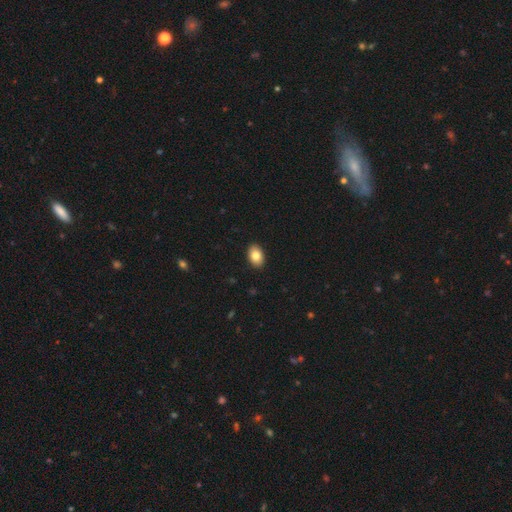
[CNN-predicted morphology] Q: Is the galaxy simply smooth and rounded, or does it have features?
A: smooth — 84%.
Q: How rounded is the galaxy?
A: in between — 86%.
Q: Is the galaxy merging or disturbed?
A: none — 91%.